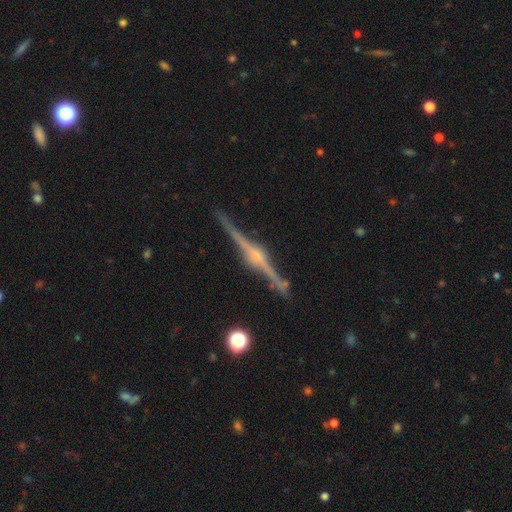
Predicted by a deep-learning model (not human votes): smooth_or_featured: featured or disk (p=0.90) [alt: star or artifact p=0.05]
disk_edge_on: yes (p=0.98) [alt: no p=0.02]
edge_on_bulge: rounded (p=0.86) [alt: boxy p=0.10]
merging: none (p=0.87) [alt: minor disturbance p=0.09]